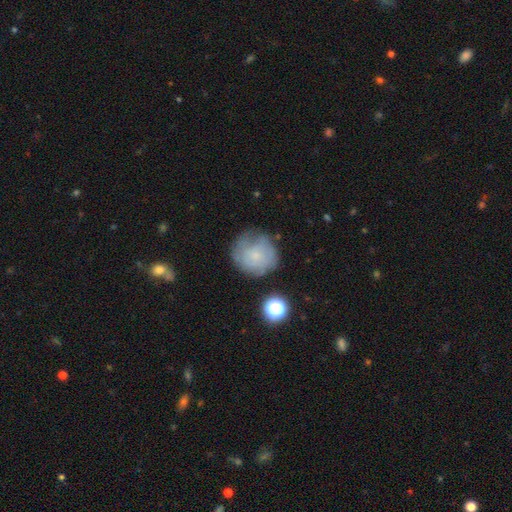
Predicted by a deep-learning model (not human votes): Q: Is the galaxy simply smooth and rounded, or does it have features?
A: smooth — 57%.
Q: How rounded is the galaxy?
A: round — 89%.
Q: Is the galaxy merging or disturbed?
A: none — 61%.